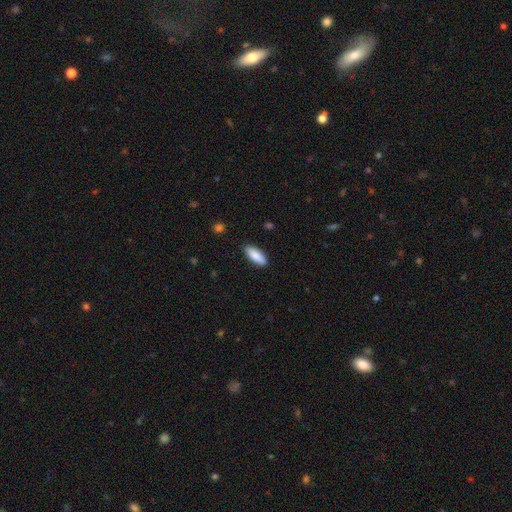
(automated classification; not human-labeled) smooth-or-featured: smooth: 87% | featured or disk: 7% | star or artifact: 6%
  how-rounded: in between: 74% | cigar-shaped: 24% | round: 2%
  merging: none: 88% | minor disturbance: 9% | major disturbance: 2% | merger: 1%